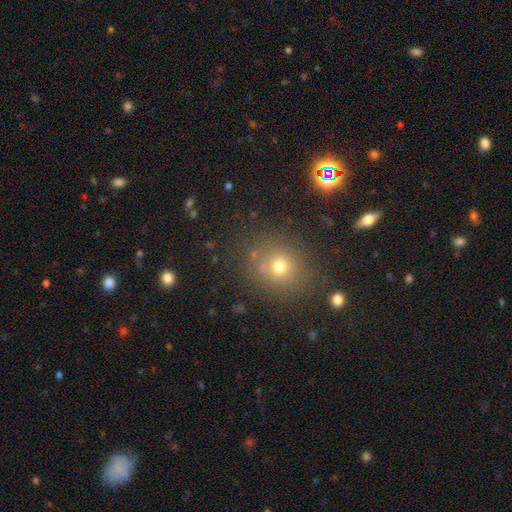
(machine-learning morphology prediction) smooth 59%, star or artifact 30%, featured or disk 11%. Down the decision tree: how rounded — round (77%); merging — none (81%).